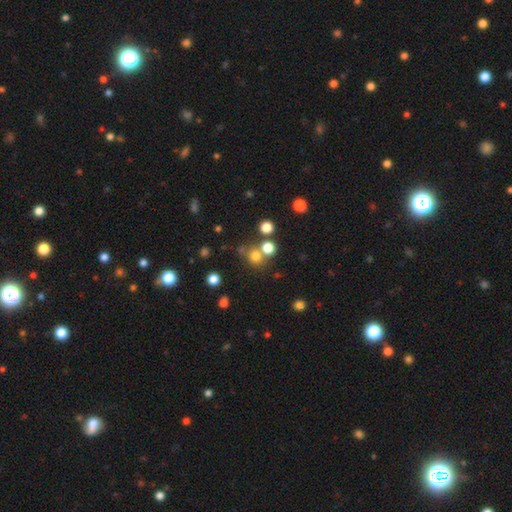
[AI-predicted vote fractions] Overall: smooth (72%). How rounded: round (86%). Merging: none (62%; merger 25%).